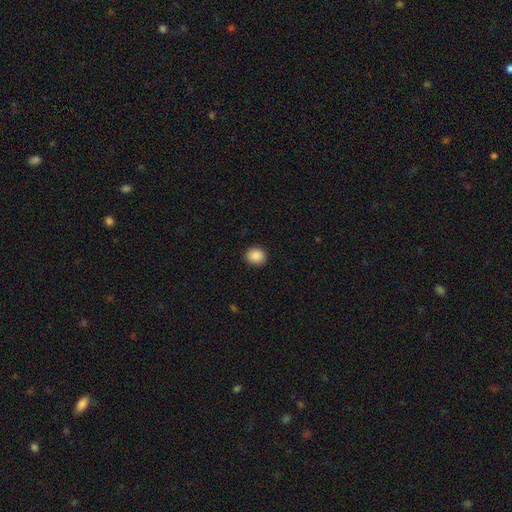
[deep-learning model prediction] A smooth galaxy with no disk features (89%) that is round (75%).

Vote fractions:
- Smooth or featured? smooth: 89% / star or artifact: 9% / featured or disk: 3%
- How rounded? round: 75% / in between: 24% / cigar-shaped: 1%
- Merging? none: 90% / minor disturbance: 7% / major disturbance: 2% / merger: 1%